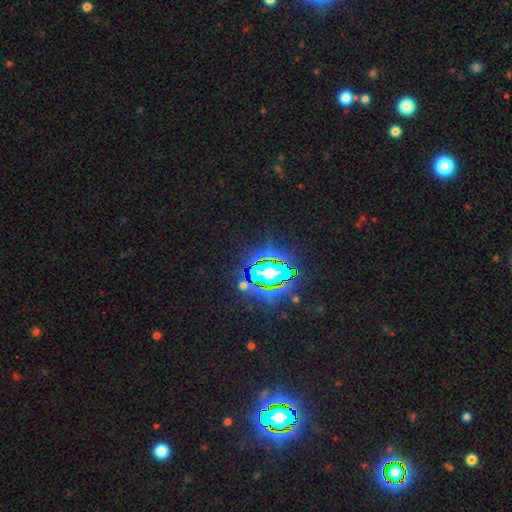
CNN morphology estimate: Q: Smooth or featured?
A: star or artifact (82%); runner-up: smooth (11%)